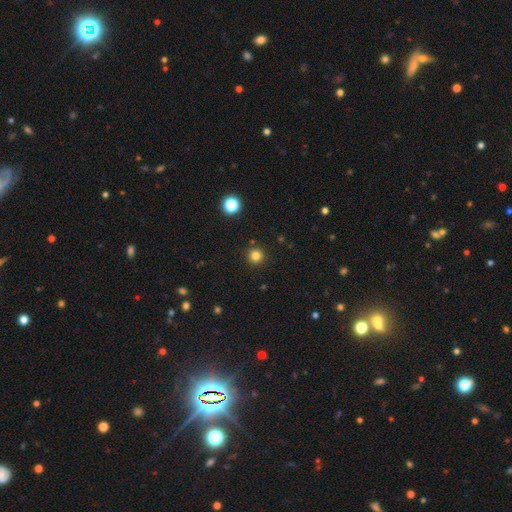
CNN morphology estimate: Overall: smooth (81%). How rounded: round (96%). Merging: none (91%).